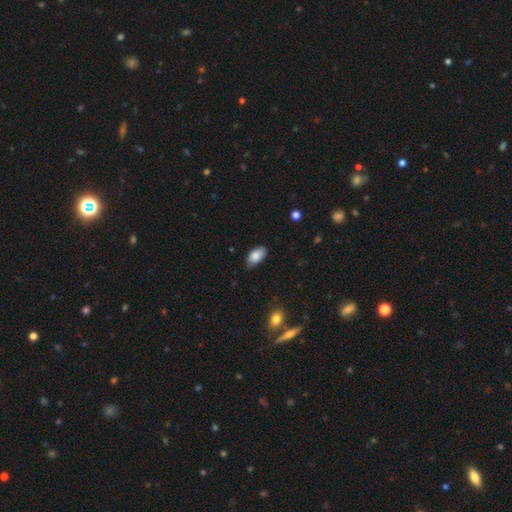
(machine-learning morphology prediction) This is clearly a smooth galaxy (85%). How rounded: clearly in between (94%). Merging: likely none (77%).